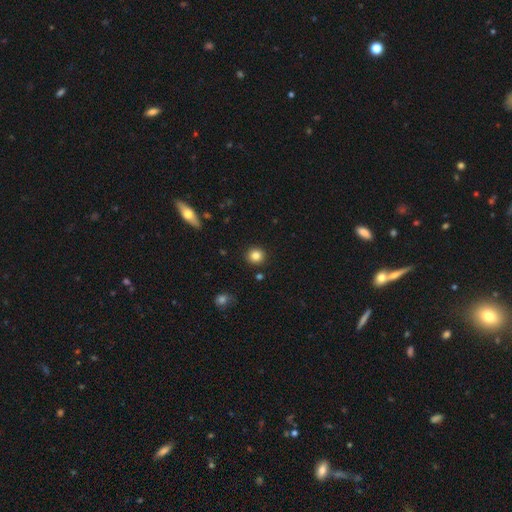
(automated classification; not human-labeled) smooth_or_featured: smooth (p=0.84) [alt: star or artifact p=0.11]
how_rounded: round (p=0.91) [alt: in between p=0.08]
merging: none (p=0.91) [alt: minor disturbance p=0.06]